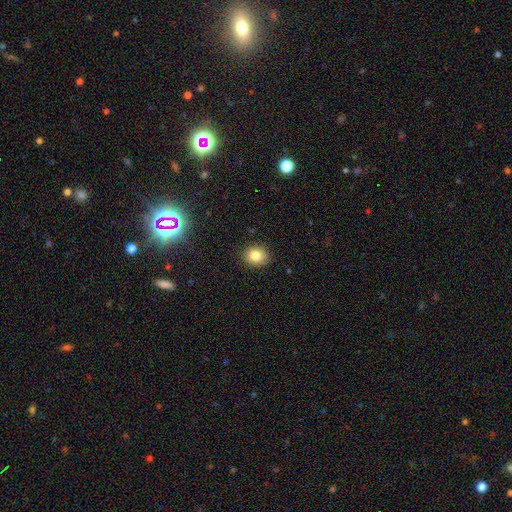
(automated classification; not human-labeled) Smooth or featured: smooth — 81% (star or artifact — 11%)
How rounded: round — 69% (in between — 30%)
Merging: none — 90% (minor disturbance — 7%)